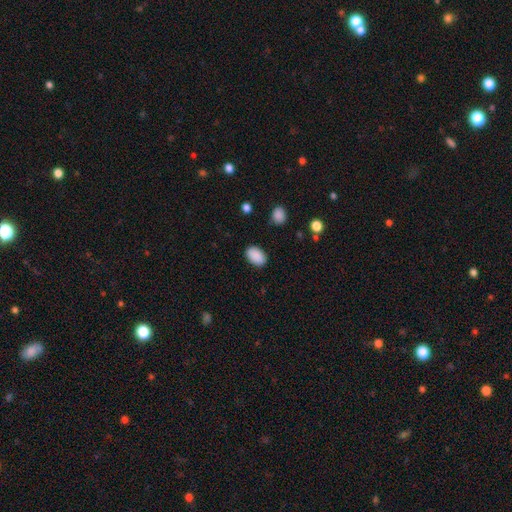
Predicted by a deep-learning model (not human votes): Overall: smooth (90%). How rounded: in between (89%). Merging: none (86%).